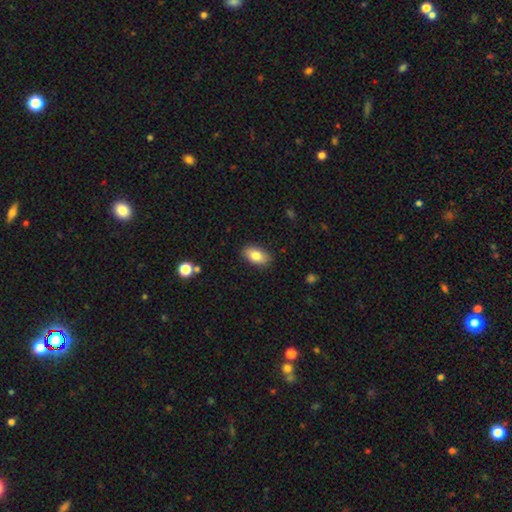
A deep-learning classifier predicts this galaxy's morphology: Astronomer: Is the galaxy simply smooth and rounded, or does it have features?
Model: smooth — 81%.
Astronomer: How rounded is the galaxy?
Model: in between — 91%.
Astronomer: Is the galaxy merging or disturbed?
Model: none — 87%.